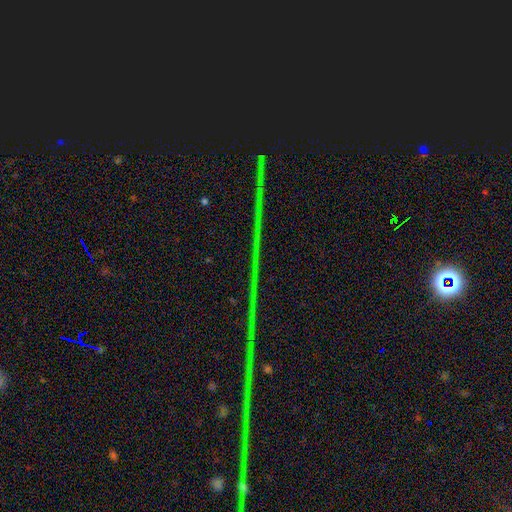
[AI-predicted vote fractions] Smooth or featured: star or artifact — 89% (featured or disk — 6%)